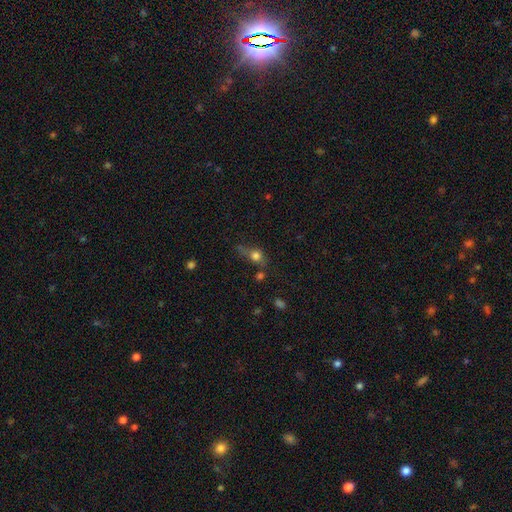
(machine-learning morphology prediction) Smooth or featured?
  - smooth: 71% *
  - featured or disk: 15%
  - star or artifact: 14%
How rounded?
  - round: 57% *
  - in between: 36%
  - cigar-shaped: 7%
Merging?
  - none: 45% *
  - minor disturbance: 26%
  - major disturbance: 17%
  - merger: 11%